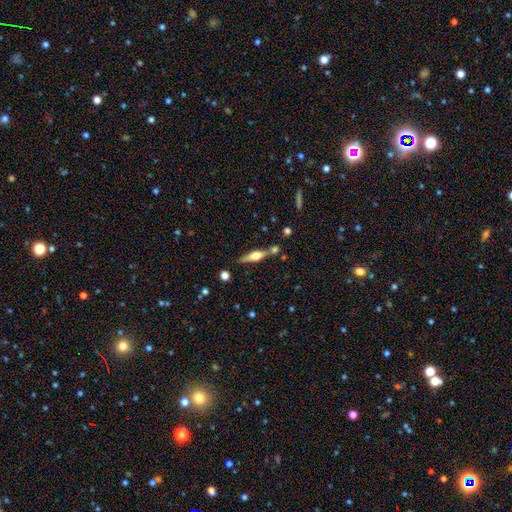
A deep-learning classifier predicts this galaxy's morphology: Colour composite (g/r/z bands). It shows a featured or disk galaxy (59%) viewed edge-on (94%) with a rounded central bulge (86%). Merging: none (71%).